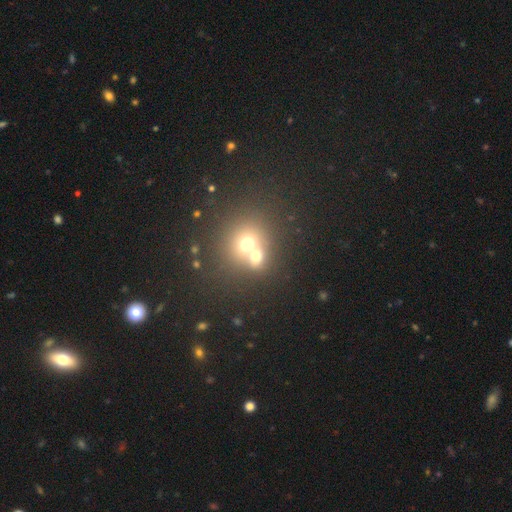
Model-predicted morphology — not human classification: smooth 66%, featured or disk 19%, star or artifact 15%. Down the decision tree: how rounded — round (71%); merging — merger (64%).